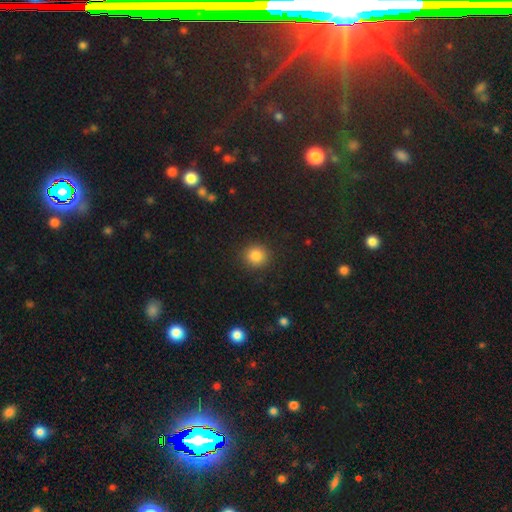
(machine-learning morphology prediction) Smooth or featured?
  - smooth: 85% *
  - star or artifact: 11%
  - featured or disk: 4%
How rounded?
  - round: 90% *
  - in between: 9%
  - cigar-shaped: 1%
Merging?
  - none: 89% *
  - minor disturbance: 7%
  - major disturbance: 2%
  - merger: 1%